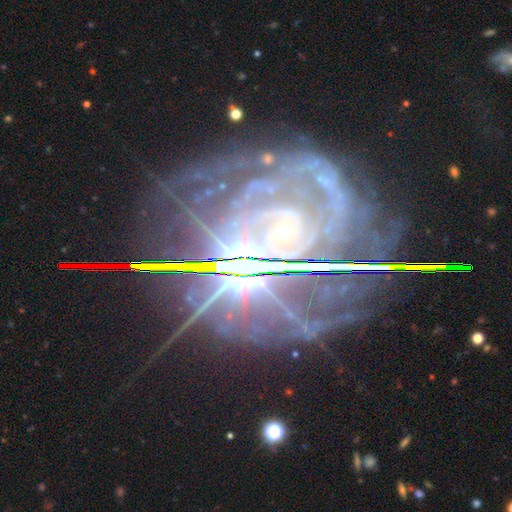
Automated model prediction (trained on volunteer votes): featured or disk 78%, star or artifact 16%, smooth 5%. Down the decision tree: edge-on disk — no (96%); bar — no (64%); spiral arms — yes (95%); spiral arm count — can't tell (26%); spiral winding — tight (74%); bulge size — small (78%); merging — none (62%).